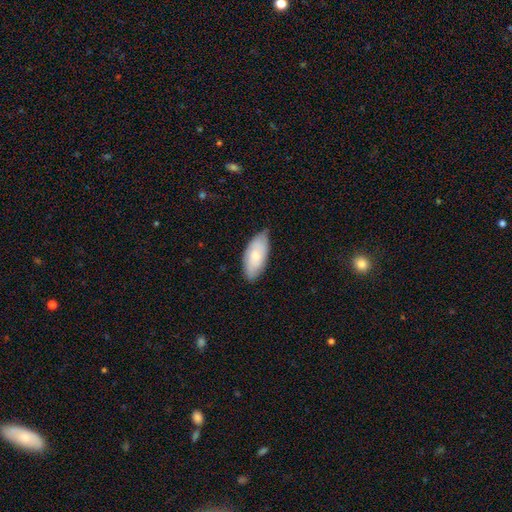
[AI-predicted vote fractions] smooth 70%, featured or disk 25%, star or artifact 5%. Down the decision tree: how rounded — in between (90%); merging — none (72%).